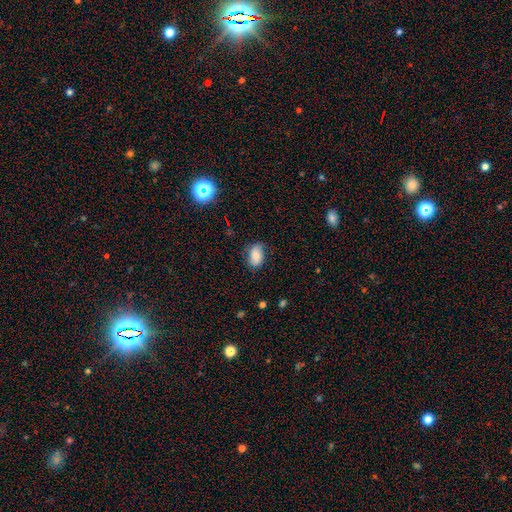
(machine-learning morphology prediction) Q: Smooth or featured?
A: smooth (73%); runner-up: featured or disk (18%)
Q: How rounded?
A: in between (86%); runner-up: round (13%)
Q: Merging?
A: none (66%); runner-up: minor disturbance (26%)